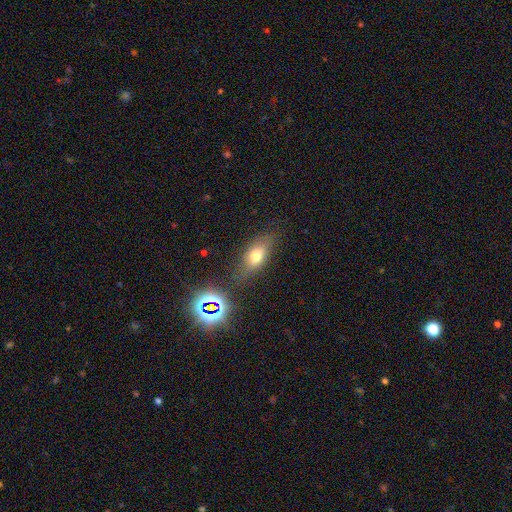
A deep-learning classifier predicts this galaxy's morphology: type=smooth (67%); roundness=in between (75%); merging=none (72%).